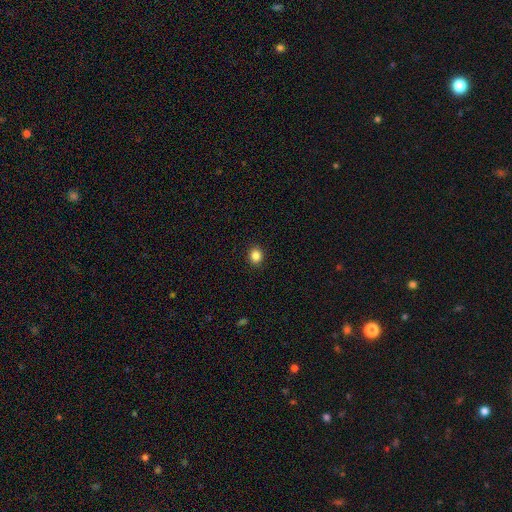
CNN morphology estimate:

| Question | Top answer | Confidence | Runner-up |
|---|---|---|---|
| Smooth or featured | smooth | 85% | star or artifact (11%) |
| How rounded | round | 71% | in between (28%) |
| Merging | none | 91% | minor disturbance (6%) |